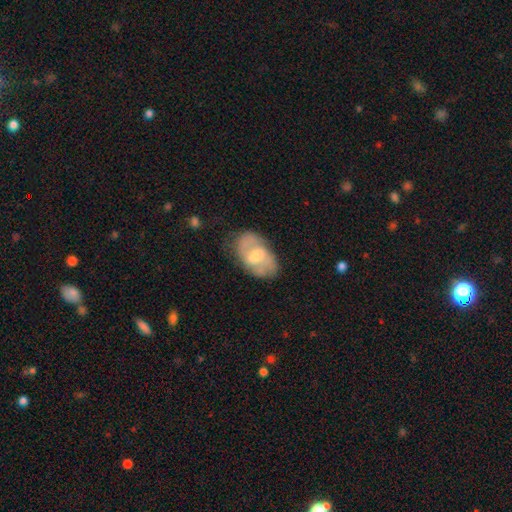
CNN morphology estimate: This is likely a featured or disk galaxy (60%). It is clearly not viewed edge-on (95%). Bar: possibly weak (54%). Spiral arm pattern: likely yes (74%). Central bulge: possibly moderate (58%). Merging: likely none (65%).